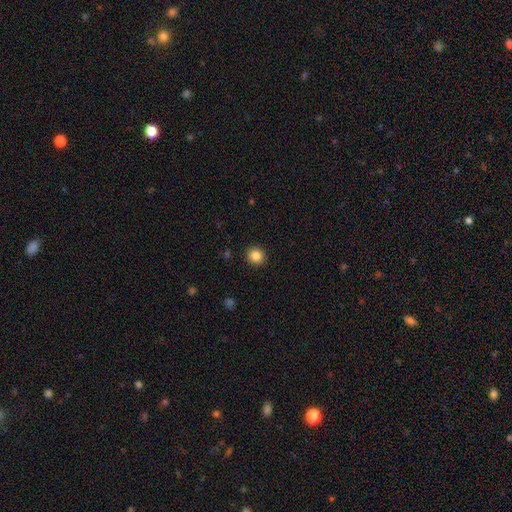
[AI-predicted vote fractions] smooth-or-featured: smooth: 86% | star or artifact: 10% | featured or disk: 4%
  how-rounded: round: 90% | in between: 9% | cigar-shaped: 1%
  merging: none: 92% | minor disturbance: 5% | major disturbance: 2% | merger: 1%